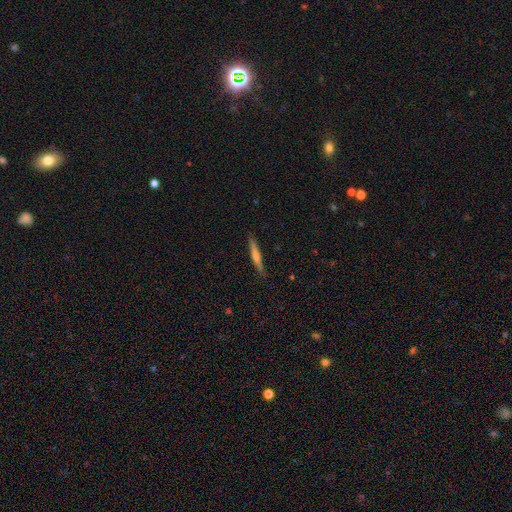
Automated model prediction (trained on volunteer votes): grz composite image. It shows a featured or disk galaxy (50%). Merging: none (89%).